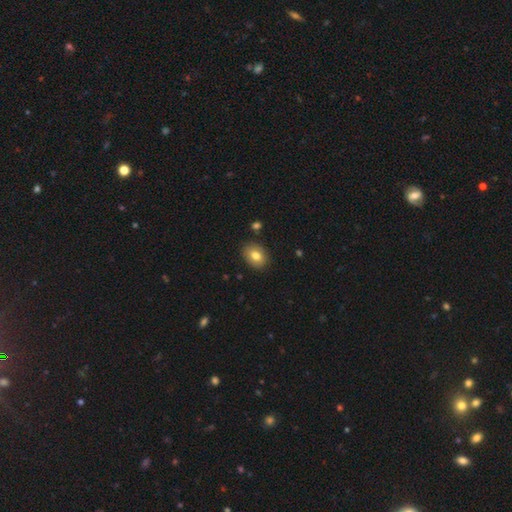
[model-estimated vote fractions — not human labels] Morphology: type=smooth (80%); roundness=in between (66%); merging=none (87%).